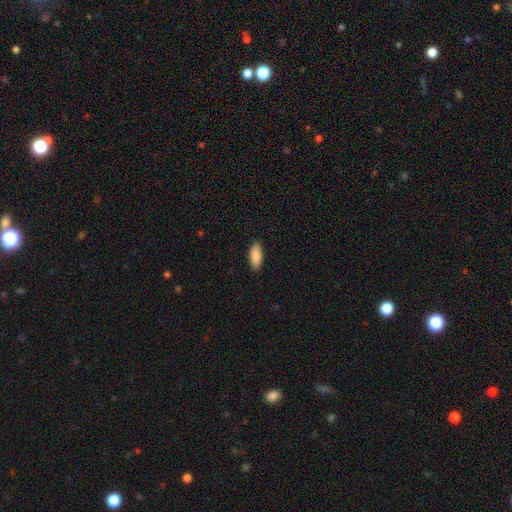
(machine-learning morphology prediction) Q: Smooth or featured?
A: smooth (88%); runner-up: featured or disk (6%)
Q: How rounded?
A: in between (74%); runner-up: cigar-shaped (24%)
Q: Merging?
A: none (89%); runner-up: minor disturbance (8%)